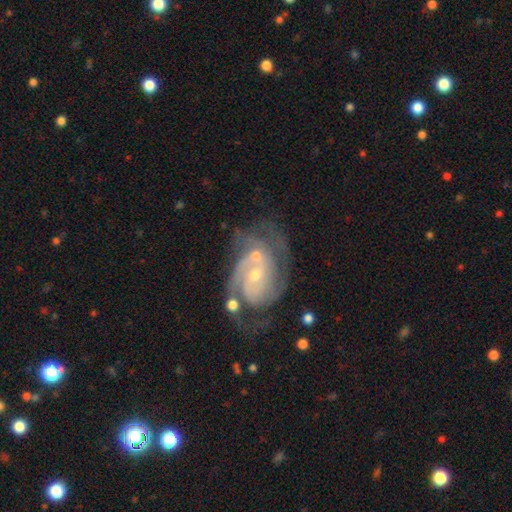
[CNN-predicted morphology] smooth_or_featured: featured or disk (p=0.82) [alt: smooth p=0.11]
disk_edge_on: no (p=0.97) [alt: yes p=0.03]
bar: no (p=0.63) [alt: weak p=0.30]
has_spiral_arms: yes (p=0.92) [alt: no p=0.08]
spiral_winding: tight (p=0.46) [alt: medium p=0.41]
spiral_arm_count: 2 (p=0.44) [alt: can't tell p=0.21]
bulge_size: small (p=0.60) [alt: moderate p=0.35]
merging: merger (p=0.34) [tied with: none p=0.34]